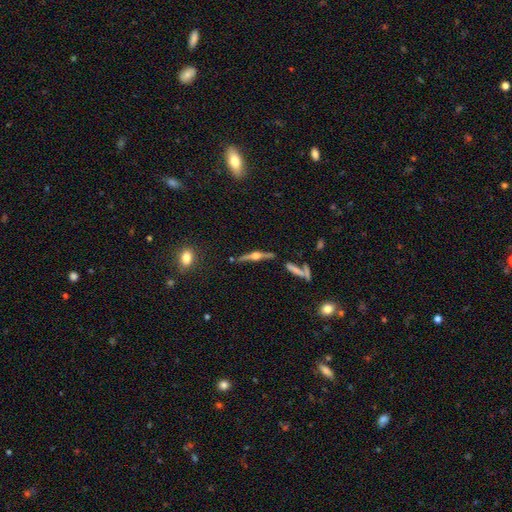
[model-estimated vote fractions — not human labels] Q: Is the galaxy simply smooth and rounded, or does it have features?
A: featured or disk — 80%.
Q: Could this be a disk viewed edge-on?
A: yes — 97%.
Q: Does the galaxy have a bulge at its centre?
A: rounded — 94%.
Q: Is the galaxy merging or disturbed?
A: none — 78%.